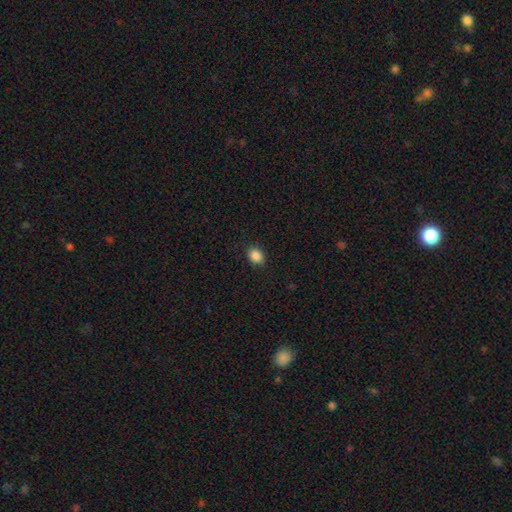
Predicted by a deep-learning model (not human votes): Morphology: type=smooth (87%); roundness=in between (56%); merging=none (87%).